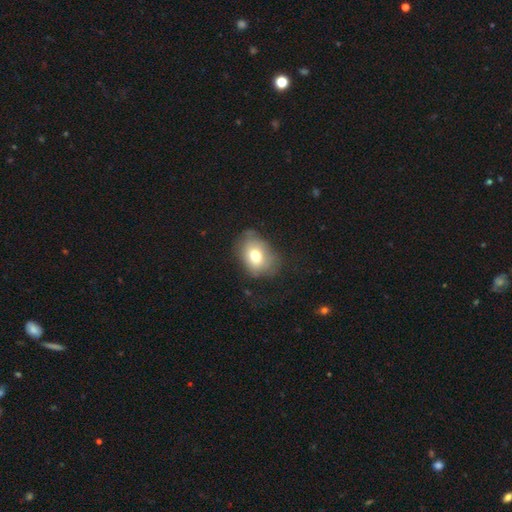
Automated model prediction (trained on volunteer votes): Q: Smooth or featured?
A: smooth (71%); runner-up: featured or disk (19%)
Q: How rounded?
A: in between (66%); runner-up: round (33%)
Q: Merging?
A: none (63%); runner-up: minor disturbance (25%)